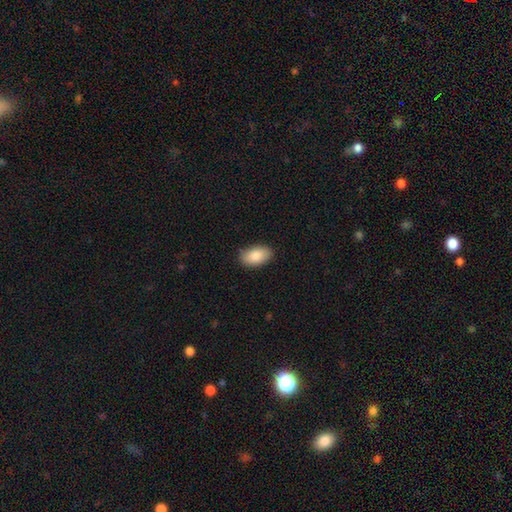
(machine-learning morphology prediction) smooth 86%, featured or disk 7%, star or artifact 6%. Down the decision tree: how rounded — in between (93%); merging — none (85%).